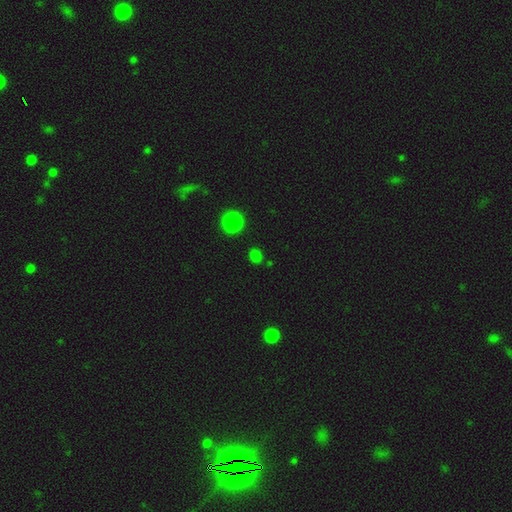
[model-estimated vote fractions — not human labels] Smooth or featured: smooth — 75% (star or artifact — 22%)
How rounded: round — 77% (in between — 22%)
Merging: none — 85% (minor disturbance — 8%)